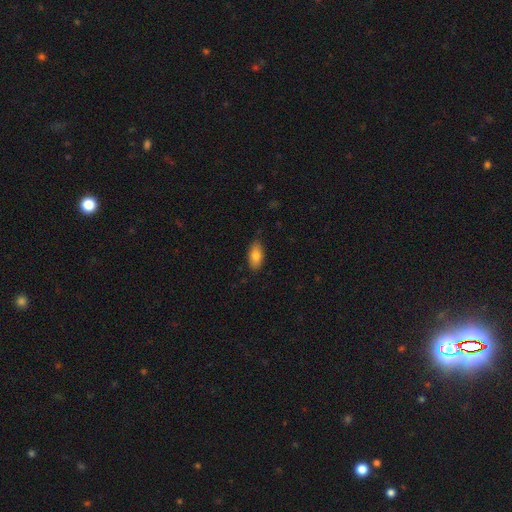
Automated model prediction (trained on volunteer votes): The model was most divided on "smooth or featured": smooth: 81%, featured or disk: 12%, star or artifact: 7%. More confident: how rounded — in between (90%); merging — none (83%).